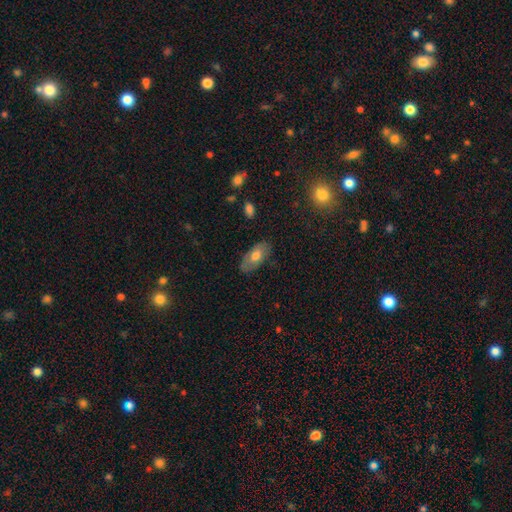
Smooth or featured? 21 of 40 (52%) said featured or disk. Edge-on disk? 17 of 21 (81%) said no. Bar? 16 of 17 (94%) said no. Spiral arms? 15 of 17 (88%) said no. Bulge size? 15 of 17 (88%) said moderate. Merging? 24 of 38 (63%) said none.